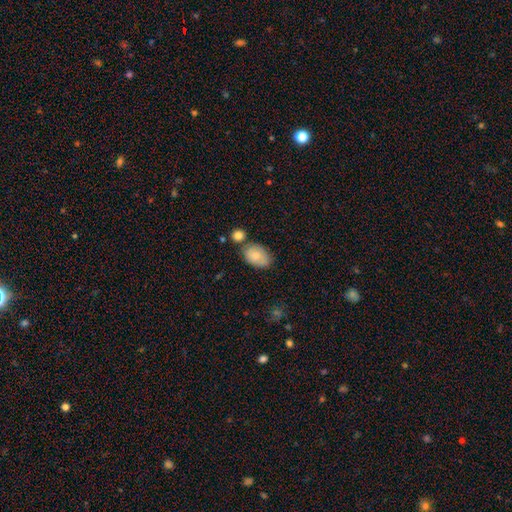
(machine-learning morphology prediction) Q: Smooth or featured?
A: smooth (78%); runner-up: featured or disk (15%)
Q: How rounded?
A: in between (88%); runner-up: round (11%)
Q: Merging?
A: none (60%); runner-up: minor disturbance (22%)